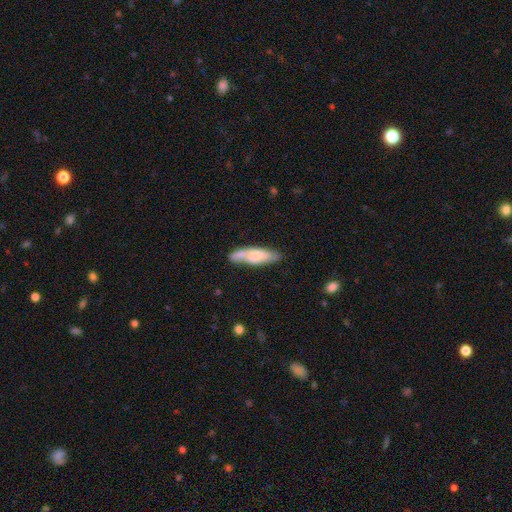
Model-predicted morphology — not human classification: Smooth or featured: smooth — 65% (featured or disk — 30%)
How rounded: cigar-shaped — 52% (in between — 46%)
Merging: none — 58% (minor disturbance — 20%)